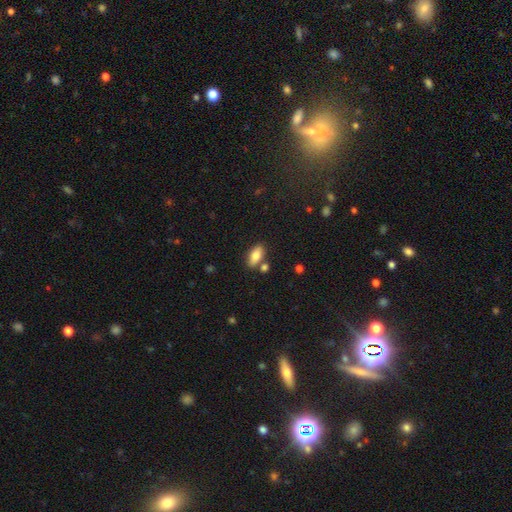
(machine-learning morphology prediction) Smooth or featured?
  - smooth: 80% *
  - featured or disk: 12%
  - star or artifact: 7%
How rounded?
  - in between: 88% *
  - cigar-shaped: 9%
  - round: 3%
Merging?
  - none: 76% *
  - minor disturbance: 11%
  - merger: 10%
  - major disturbance: 3%